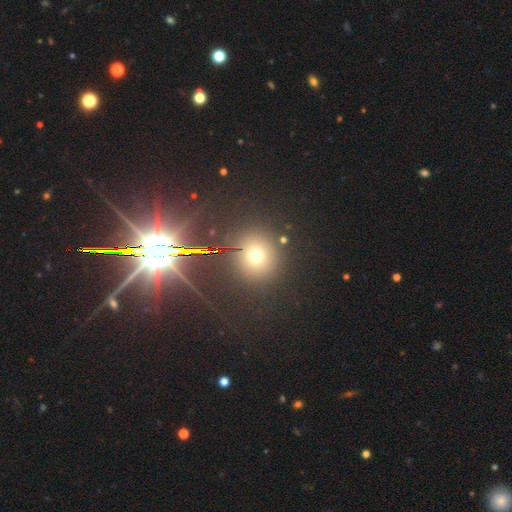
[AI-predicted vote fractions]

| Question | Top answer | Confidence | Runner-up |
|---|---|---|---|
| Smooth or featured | smooth | 61% | star or artifact (29%) |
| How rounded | round | 84% | in between (15%) |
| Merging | none | 85% | minor disturbance (8%) |